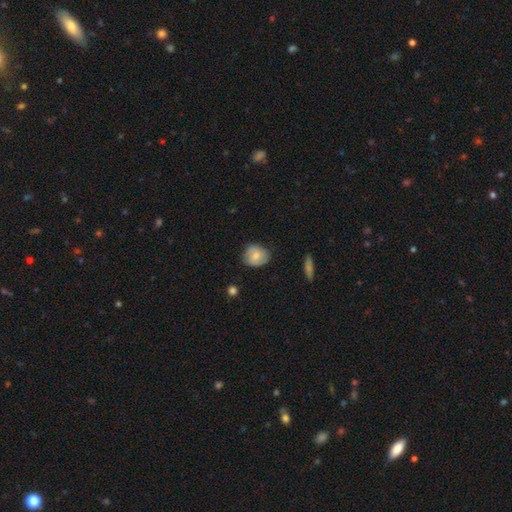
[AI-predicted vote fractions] Smooth or featured: smooth — 69% (featured or disk — 24%)
How rounded: round — 68% (in between — 30%)
Merging: none — 76% (minor disturbance — 19%)